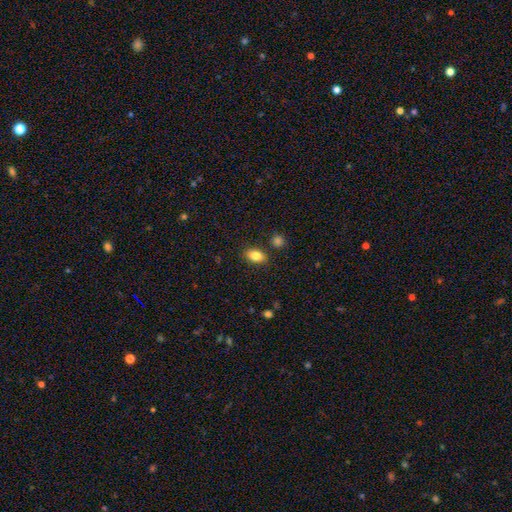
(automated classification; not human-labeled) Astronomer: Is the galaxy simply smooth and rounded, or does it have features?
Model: smooth — 85%.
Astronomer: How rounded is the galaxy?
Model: in between — 87%.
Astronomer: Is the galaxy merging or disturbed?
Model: none — 84%.